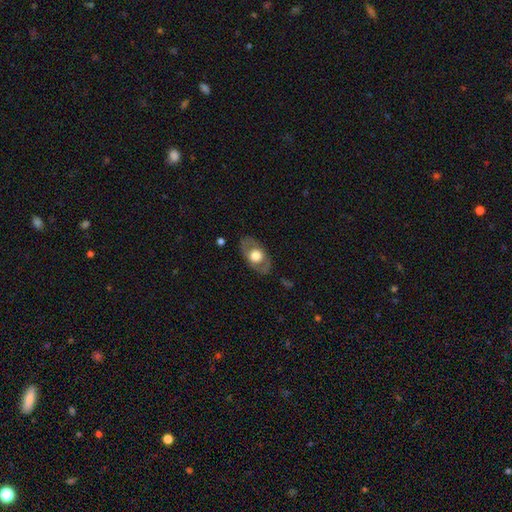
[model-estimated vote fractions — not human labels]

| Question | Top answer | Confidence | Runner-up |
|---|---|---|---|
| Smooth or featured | featured or disk | 51% | smooth (43%) |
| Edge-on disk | no | 82% | yes (18%) |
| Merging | none | 80% | minor disturbance (14%) |